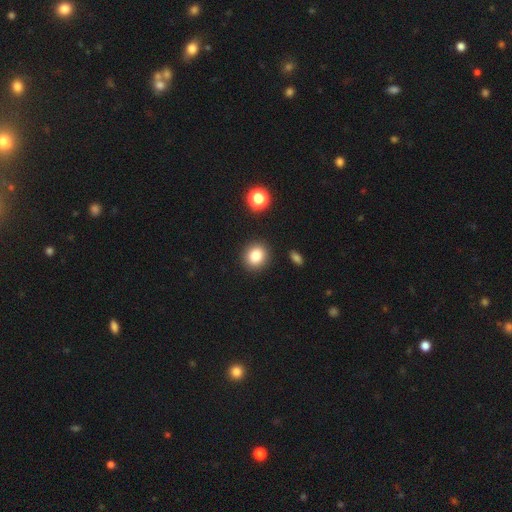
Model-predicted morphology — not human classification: This is clearly a smooth galaxy (84%). How rounded: likely round (75%). Merging: clearly none (89%).